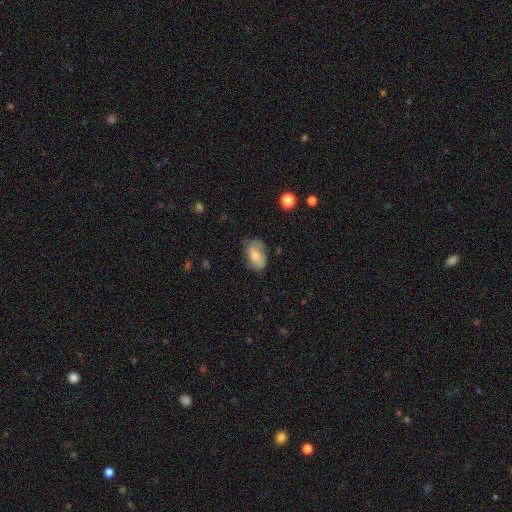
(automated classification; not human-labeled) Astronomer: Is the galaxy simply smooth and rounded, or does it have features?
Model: smooth — 67%.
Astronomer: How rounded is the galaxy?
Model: in between — 89%.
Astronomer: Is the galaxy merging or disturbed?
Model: none — 54% (runner-up: minor disturbance, 31%).